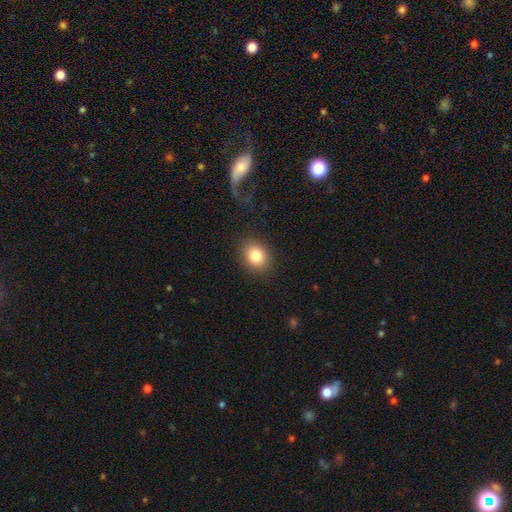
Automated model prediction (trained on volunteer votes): smooth_or_featured: smooth (p=0.83) [alt: star or artifact p=0.10]
how_rounded: round (p=0.54) [alt: in between p=0.45]
merging: none (p=0.88) [alt: minor disturbance p=0.08]